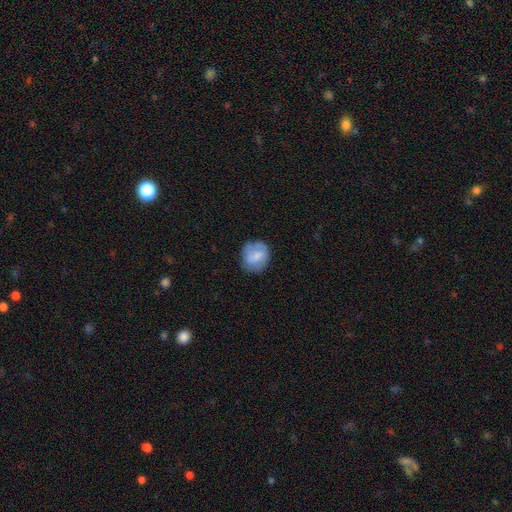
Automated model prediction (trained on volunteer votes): smooth-or-featured: smooth: 61% | featured or disk: 32% | star or artifact: 7%
  how-rounded: round: 73% | in between: 26% | cigar-shaped: 1%
  merging: none: 69% | minor disturbance: 21% | major disturbance: 8% | merger: 2%